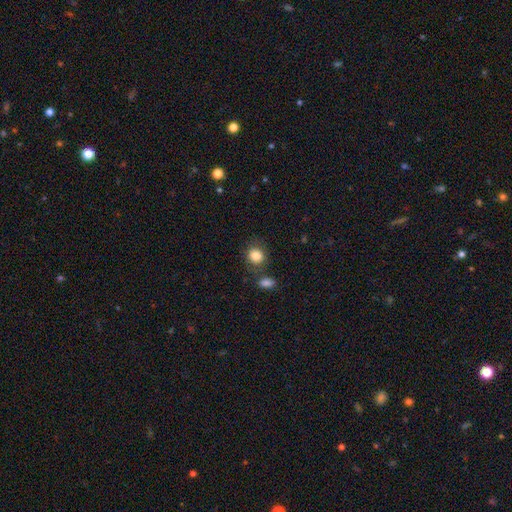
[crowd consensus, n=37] Smooth or featured?
  - smooth: 89% *
  - star or artifact: 8%
  - featured or disk: 3%
How rounded?
  - round: 67% *
  - in between: 33%
  - cigar-shaped: 0%
Merging?
  - none: 79% *
  - minor disturbance: 12%
  - merger: 9%
  - major disturbance: 0%